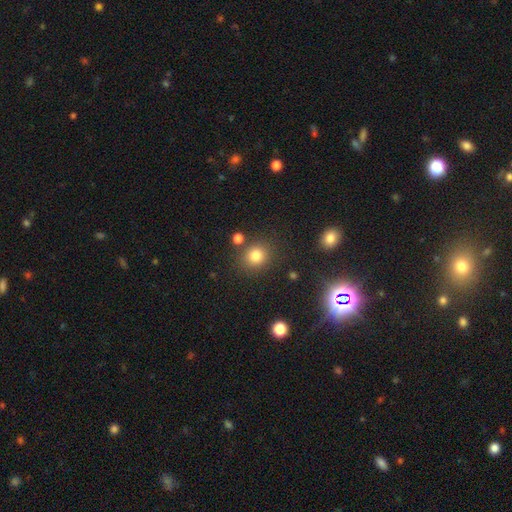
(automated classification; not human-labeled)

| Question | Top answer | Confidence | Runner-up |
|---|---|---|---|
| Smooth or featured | smooth | 80% | star or artifact (14%) |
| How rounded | round | 81% | in between (18%) |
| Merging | none | 80% | minor disturbance (9%) |